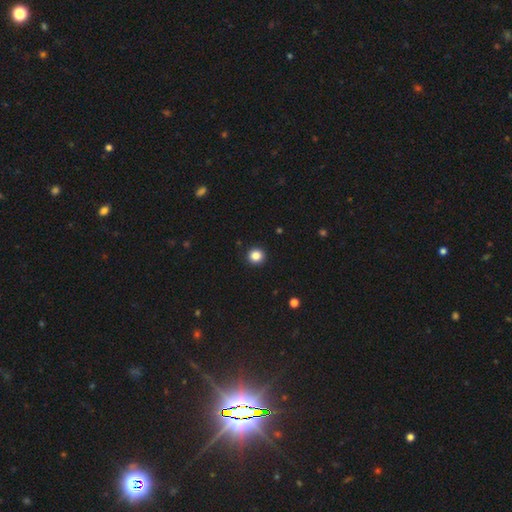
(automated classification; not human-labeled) The model was most divided on "smooth or featured": smooth: 85%, star or artifact: 11%, featured or disk: 4%. More confident: how rounded — round (94%); merging — none (93%).